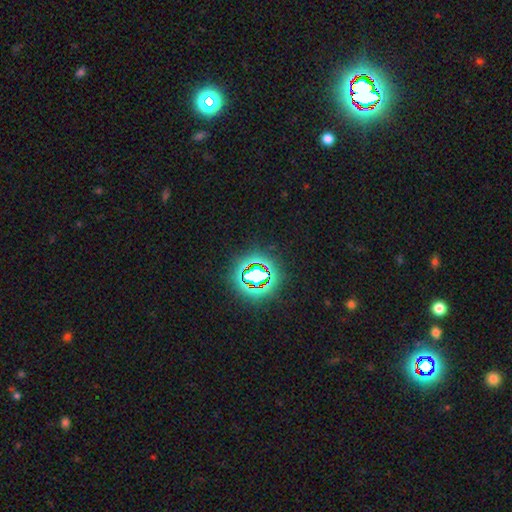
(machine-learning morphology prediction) smooth-or-featured: star or artifact: 77% | smooth: 15% | featured or disk: 8%